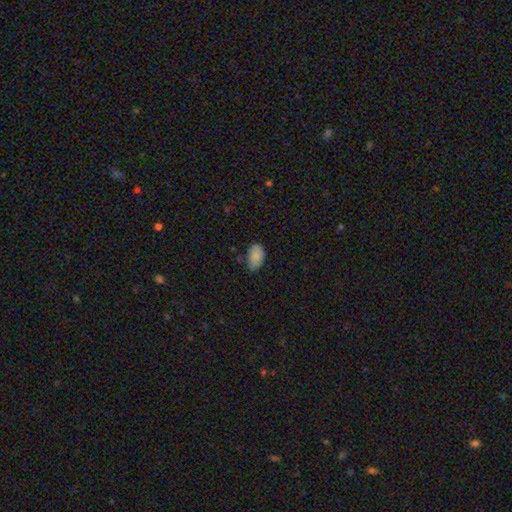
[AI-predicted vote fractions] Smooth or featured? Predicted: smooth (p=0.86). How rounded? Predicted: in between (p=0.92). Merging? Predicted: none (p=0.66).